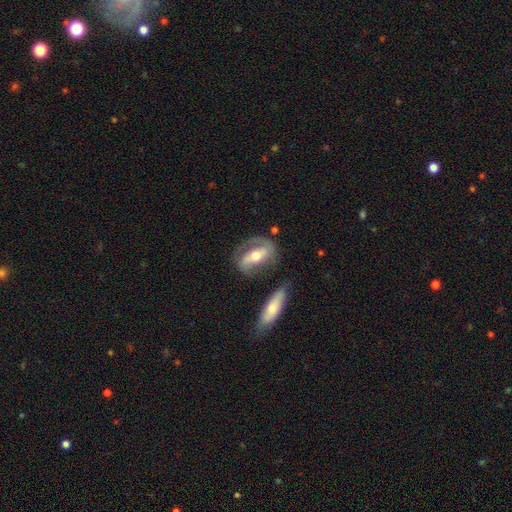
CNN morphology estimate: Q: Smooth or featured?
A: featured or disk (74%); runner-up: smooth (21%)
Q: Edge-on disk?
A: no (90%); runner-up: yes (10%)
Q: Bar?
A: strong (48%); runner-up: weak (29%)
Q: Spiral arms?
A: yes (83%); runner-up: no (17%)
Q: Spiral winding?
A: medium (45%); runner-up: tight (30%)
Q: Spiral arm count?
A: 2 (79%); runner-up: 1 (10%)
Q: Bulge size?
A: moderate (69%); runner-up: small (21%)
Q: Merging?
A: none (65%); runner-up: minor disturbance (18%)